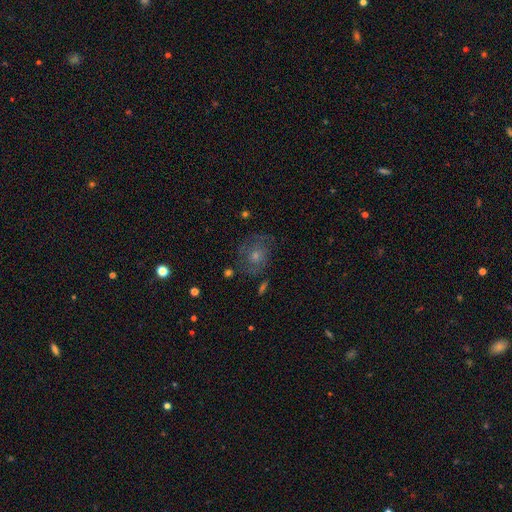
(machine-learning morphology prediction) Overall: featured or disk (46%; smooth 38%). Merging: none (64%).